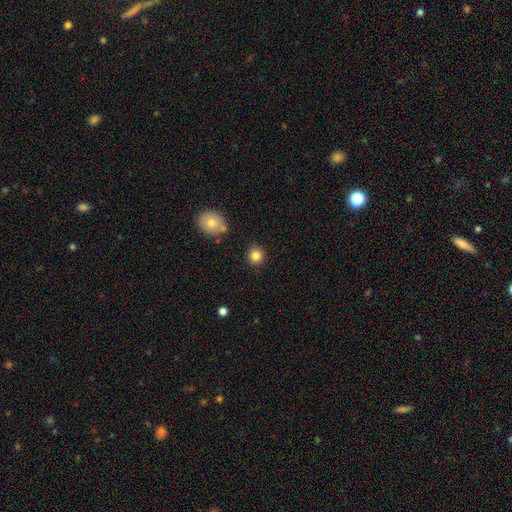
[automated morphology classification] smooth_or_featured: smooth (p=0.83) [alt: star or artifact p=0.11]
how_rounded: round (p=0.88) [alt: in between p=0.11]
merging: none (p=0.86) [alt: minor disturbance p=0.09]